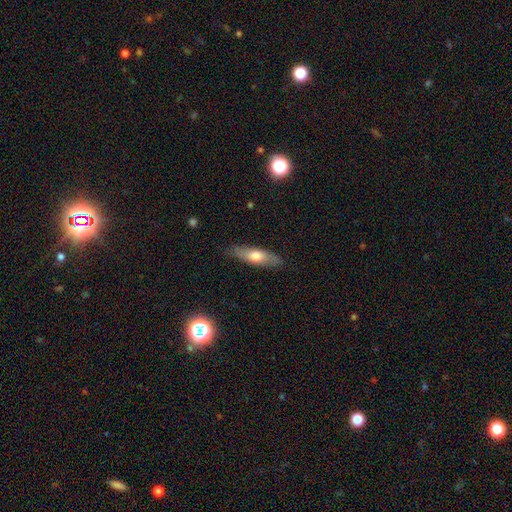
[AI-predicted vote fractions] This appears to be a smooth galaxy with no disk features (62%) that is cigar-shaped (52%). Merging: none (84%).